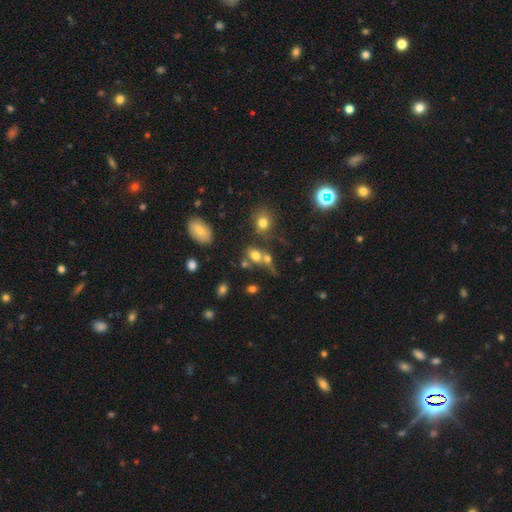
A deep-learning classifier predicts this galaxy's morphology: The model was most divided on "merging": merger: 43%, none: 36%, minor disturbance: 12%, major disturbance: 8%. More confident: smooth or featured — smooth (66%); how rounded — in between (59%).